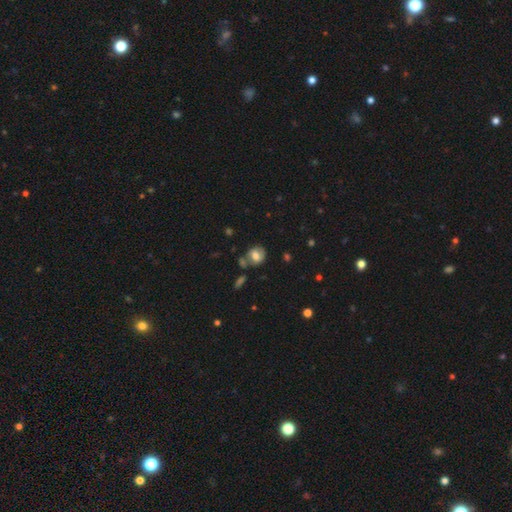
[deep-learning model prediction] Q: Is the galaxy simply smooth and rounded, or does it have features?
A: smooth — 63%.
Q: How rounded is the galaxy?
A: round — 63%.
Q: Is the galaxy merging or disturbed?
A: none — 59%.